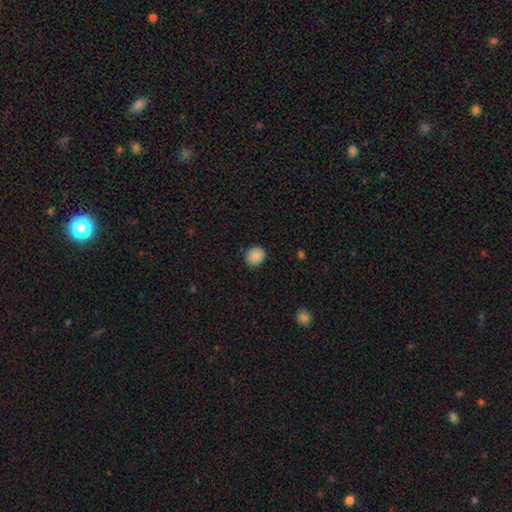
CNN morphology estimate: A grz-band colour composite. It shows a smooth galaxy with no disk features (88%) that is round (70%). Merging: none (83%).